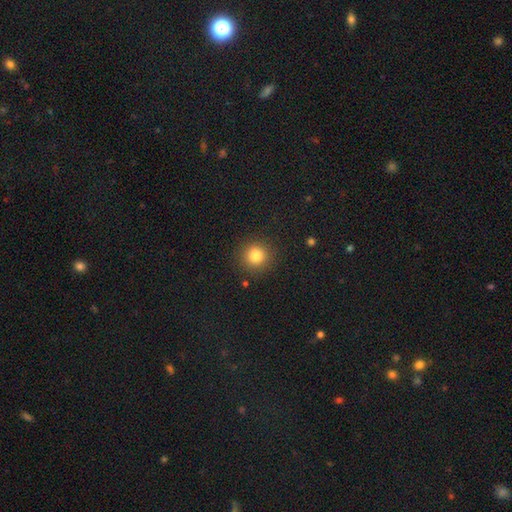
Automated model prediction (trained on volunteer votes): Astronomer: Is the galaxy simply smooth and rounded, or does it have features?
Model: smooth — 82%.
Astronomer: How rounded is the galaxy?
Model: round — 93%.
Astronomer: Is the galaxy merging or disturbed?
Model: none — 90%.